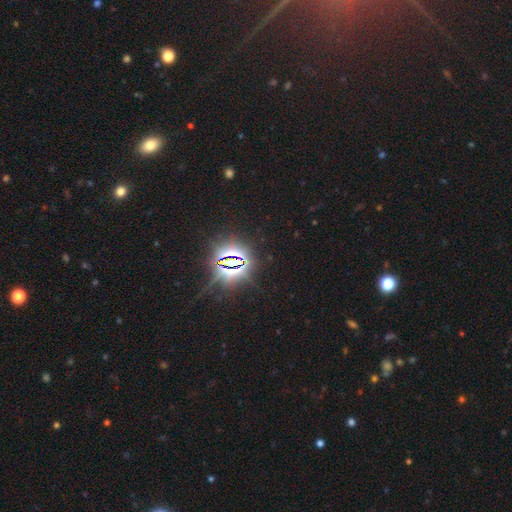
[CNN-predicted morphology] This appears to be a star or artifact, not a galaxy (84%).